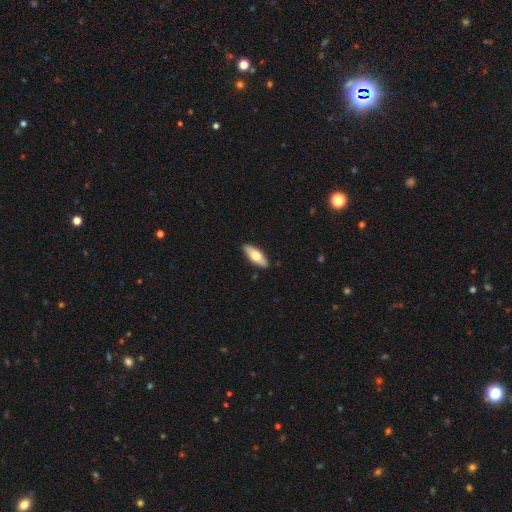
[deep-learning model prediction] Smooth or featured?
  - smooth: 64% *
  - featured or disk: 30%
  - star or artifact: 6%
How rounded?
  - in between: 68% *
  - cigar-shaped: 29%
  - round: 2%
Merging?
  - none: 90% *
  - minor disturbance: 8%
  - major disturbance: 2%
  - merger: 1%